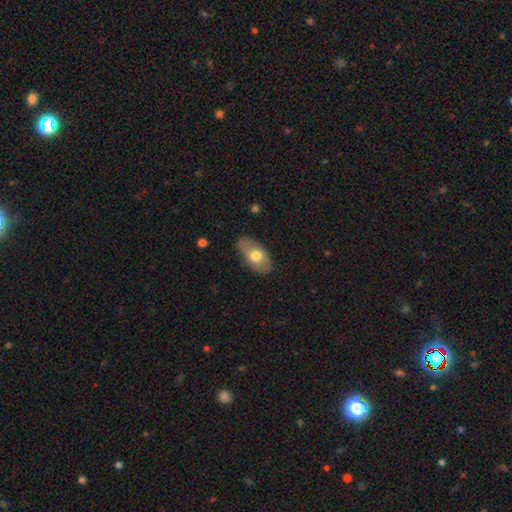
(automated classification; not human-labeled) Smooth or featured? smooth (65%)
How rounded? in between (92%)
Merging? none (81%)